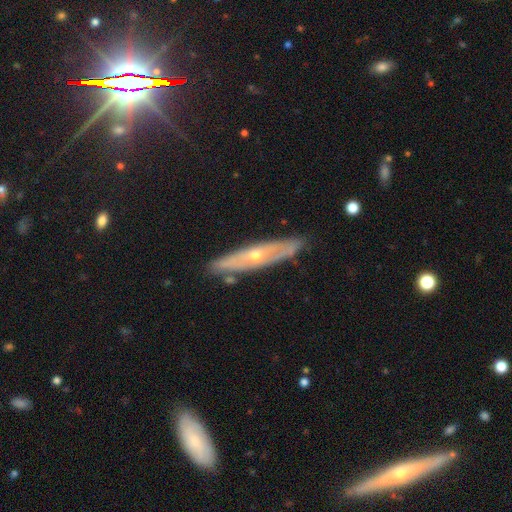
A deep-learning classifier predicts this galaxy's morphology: Smooth or featured? Predicted: featured or disk (p=0.71). Edge-on disk? Predicted: yes (p=0.64). Merging? Predicted: none (p=0.84).